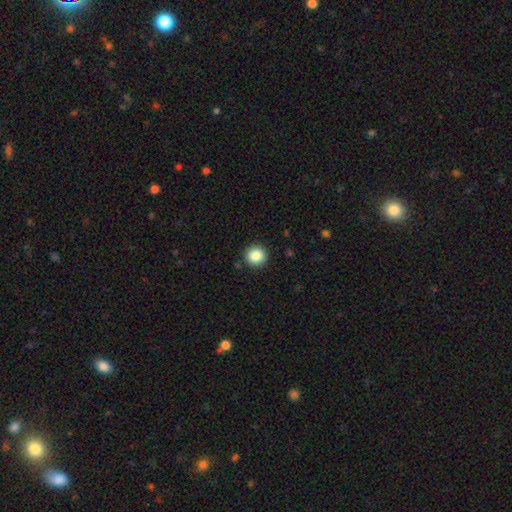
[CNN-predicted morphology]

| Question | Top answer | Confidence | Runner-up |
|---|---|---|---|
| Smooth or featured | smooth | 86% | star or artifact (9%) |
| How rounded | round | 93% | in between (6%) |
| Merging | none | 91% | minor disturbance (6%) |